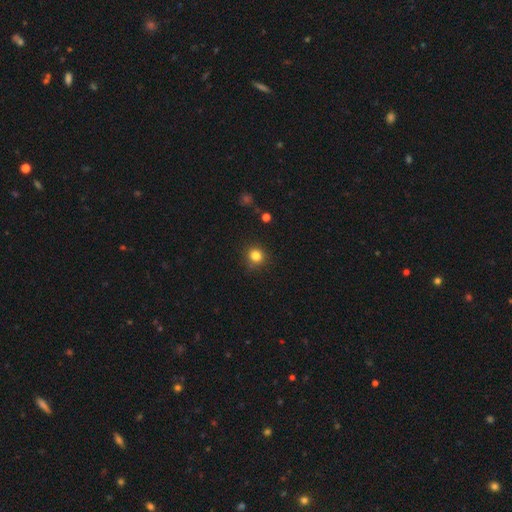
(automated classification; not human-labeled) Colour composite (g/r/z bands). It shows a smooth galaxy with no disk features (83%) that is round (91%). Merging: none (88%).